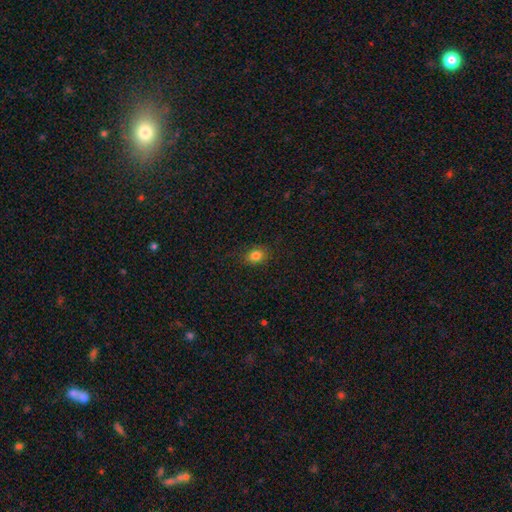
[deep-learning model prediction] A smooth galaxy with no disk features (83%) that is in between round and cigar-shaped (53%).

Vote fractions:
- Smooth or featured? smooth: 83% / star or artifact: 12% / featured or disk: 6%
- How rounded? in between: 53% / round: 46% / cigar-shaped: 1%
- Merging? none: 85% / minor disturbance: 11% / major disturbance: 3% / merger: 1%